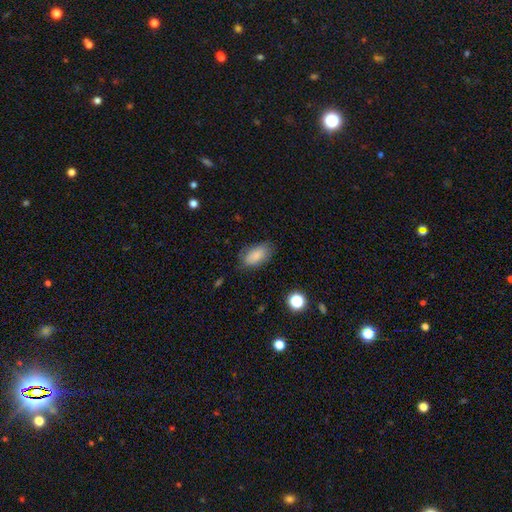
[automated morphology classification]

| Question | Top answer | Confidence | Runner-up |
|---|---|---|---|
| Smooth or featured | smooth | 84% | featured or disk (8%) |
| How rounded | in between | 92% | round (4%) |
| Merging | none | 78% | minor disturbance (17%) |